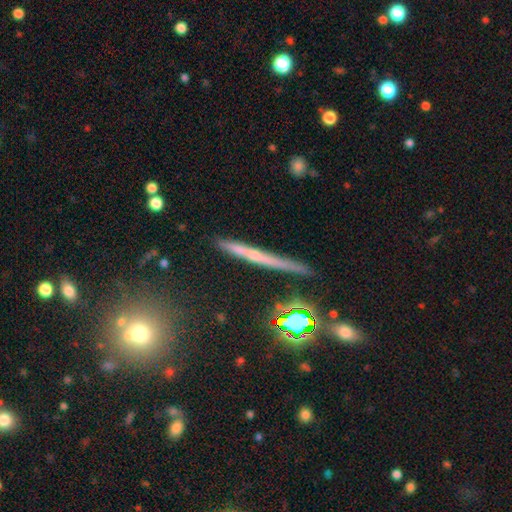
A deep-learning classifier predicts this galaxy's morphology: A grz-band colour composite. It shows a featured or disk galaxy (47%). Merging: none (78%).